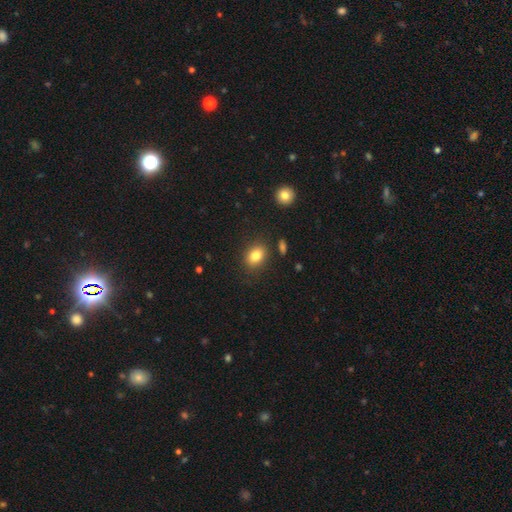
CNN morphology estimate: This appears to be a smooth galaxy with no disk features (82%) that is in between round and cigar-shaped (70%). Merging: none (83%).